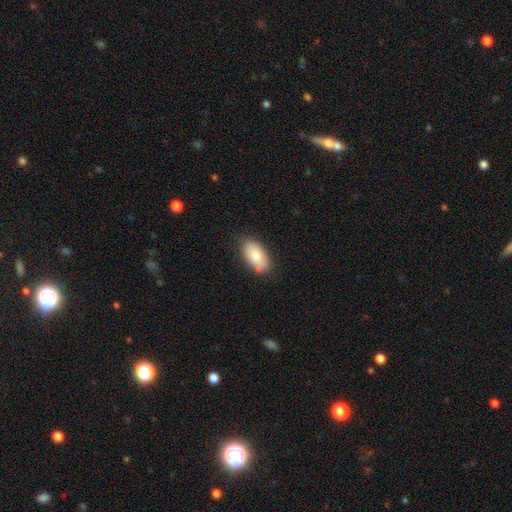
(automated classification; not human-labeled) Overall: smooth (79%). How rounded: in between (94%). Merging: none (78%).